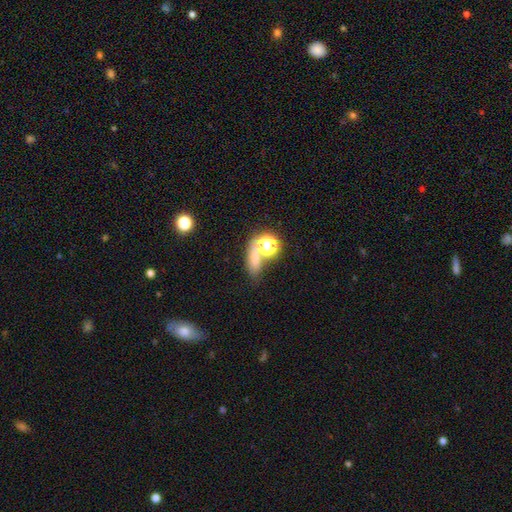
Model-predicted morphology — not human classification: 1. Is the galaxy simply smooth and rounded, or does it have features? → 62% smooth, 25% star or artifact, 13% featured or disk.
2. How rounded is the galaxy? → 54% in between, 35% round, 11% cigar-shaped.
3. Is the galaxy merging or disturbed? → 51% none, 29% merger, 12% minor disturbance, 8% major disturbance.